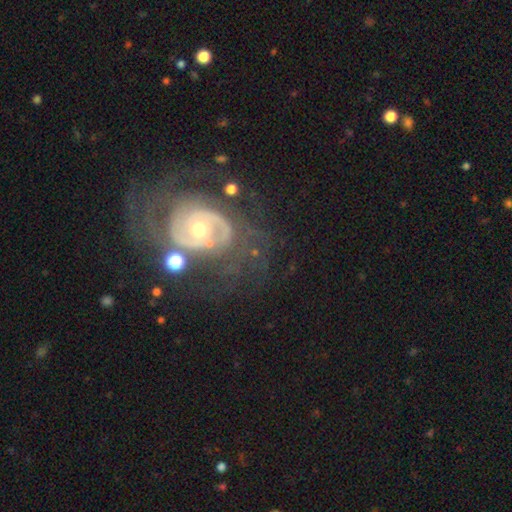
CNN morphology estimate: The model was most divided on "bulge size": moderate: 49%, small: 46%, large: 3%, none: 1%, dominant: 1%. More confident: edge-on disk — no (97%); spiral arms — yes (87%); smooth or featured — featured or disk (84%); bar — no (69%); spiral winding — tight (61%); merging — none (56%); spiral arm count — 2 (51%).